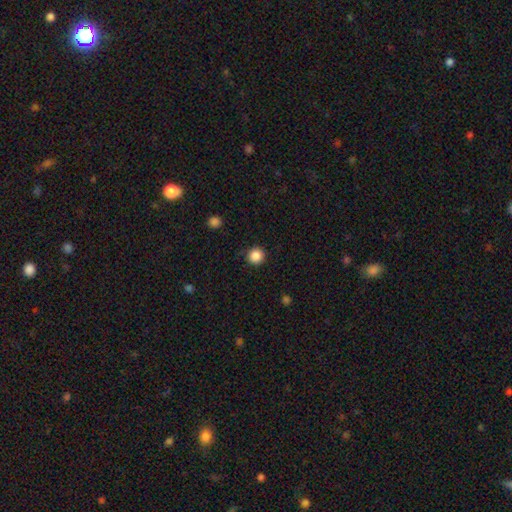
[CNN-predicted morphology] Smooth or featured? smooth (86%)
How rounded? round (95%)
Merging? none (88%)